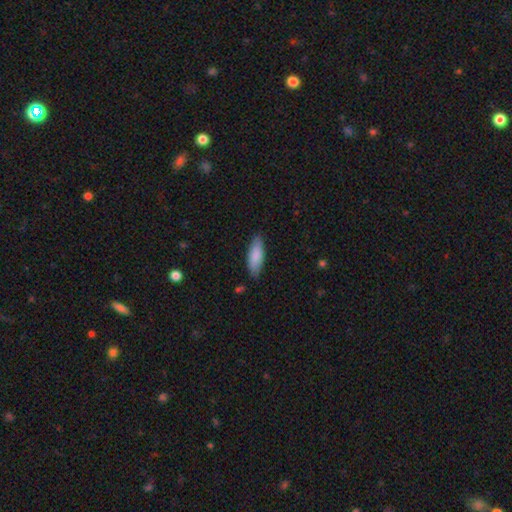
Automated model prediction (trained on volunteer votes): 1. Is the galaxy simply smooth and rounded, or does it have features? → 86% smooth, 9% featured or disk, 5% star or artifact.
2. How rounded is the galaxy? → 64% in between, 34% cigar-shaped, 2% round.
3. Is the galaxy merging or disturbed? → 84% none, 13% minor disturbance, 2% major disturbance, 1% merger.